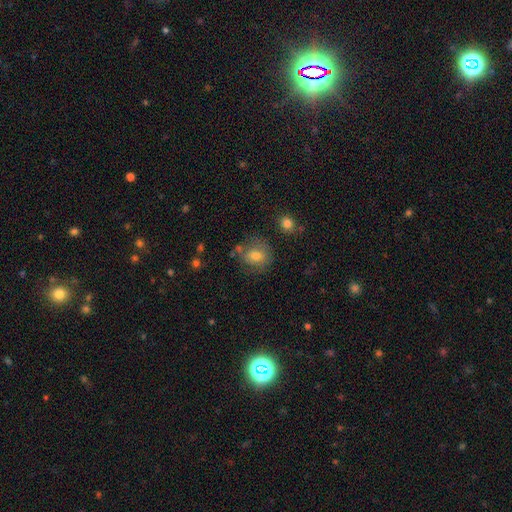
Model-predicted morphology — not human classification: Smooth or featured: smooth — 70% (featured or disk — 19%)
How rounded: round — 76% (in between — 23%)
Merging: none — 66% (minor disturbance — 20%)